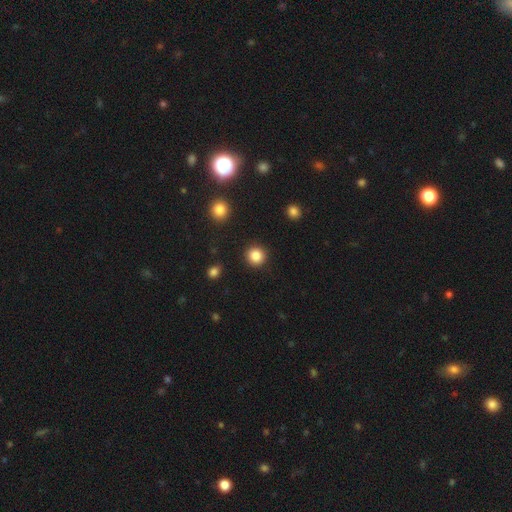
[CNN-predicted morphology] type=smooth (85%); roundness=round (94%); merging=none (92%).